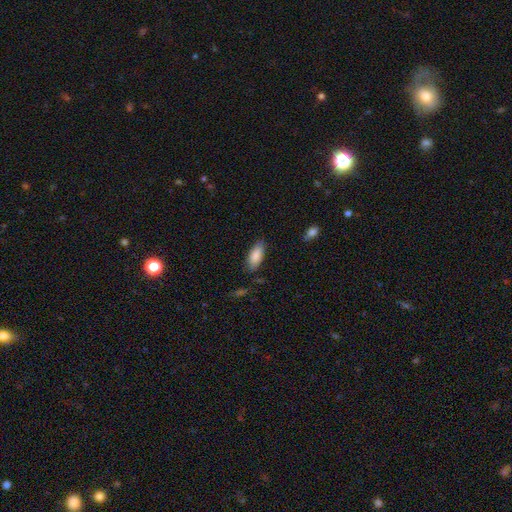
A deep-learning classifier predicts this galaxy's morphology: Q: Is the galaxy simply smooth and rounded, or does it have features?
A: smooth — 87%.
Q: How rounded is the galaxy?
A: in between — 82%.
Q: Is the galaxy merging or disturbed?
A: none — 81%.